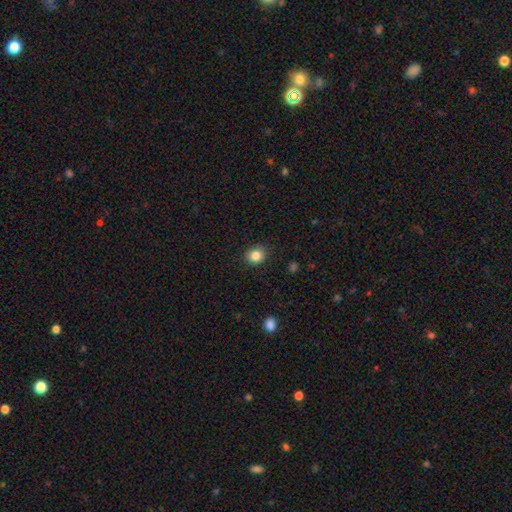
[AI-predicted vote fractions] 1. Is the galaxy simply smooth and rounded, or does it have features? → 85% smooth, 10% star or artifact, 5% featured or disk.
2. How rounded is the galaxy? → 81% round, 18% in between, 1% cigar-shaped.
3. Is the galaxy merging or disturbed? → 88% none, 9% minor disturbance, 2% major disturbance, 1% merger.